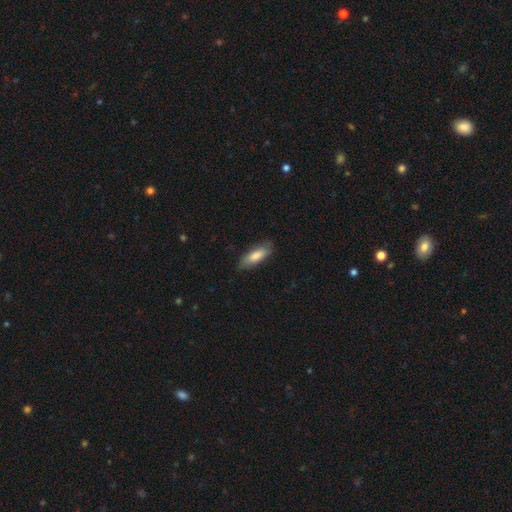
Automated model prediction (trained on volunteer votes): Q: Smooth or featured?
A: smooth (80%); runner-up: featured or disk (15%)
Q: How rounded?
A: in between (57%); runner-up: cigar-shaped (41%)
Q: Merging?
A: none (81%); runner-up: minor disturbance (15%)